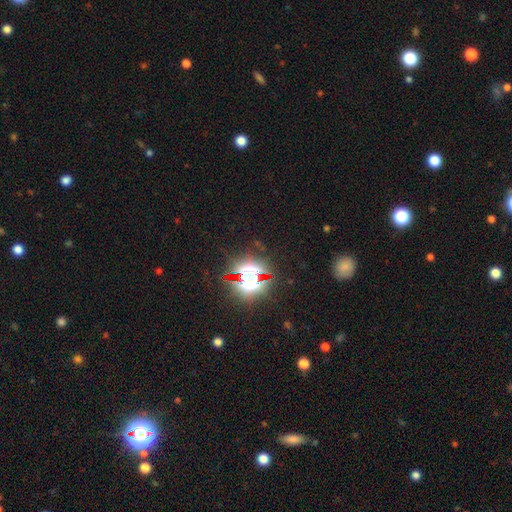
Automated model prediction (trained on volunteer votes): Smooth or featured: star or artifact — 82% (smooth — 11%)